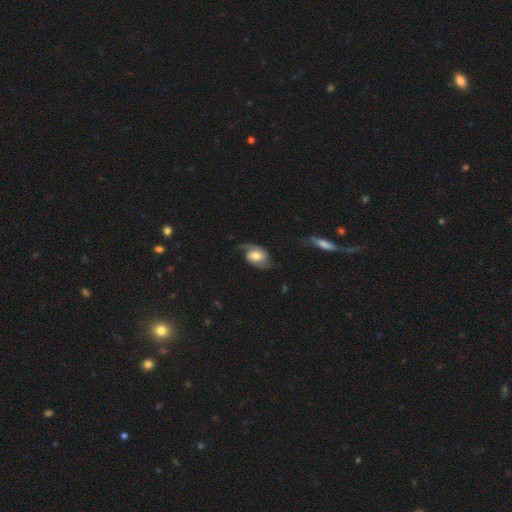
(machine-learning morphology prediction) Smooth or featured? Predicted: featured or disk (p=0.75). Edge-on disk? Predicted: no (p=0.97). Bar? Predicted: no (p=0.55). Spiral arms? Predicted: yes (p=0.93). Spiral winding? Predicted: loose (p=0.41). Spiral arm count? Predicted: 2 (p=0.81). Bulge size? Predicted: moderate (p=0.62). Merging? Predicted: none (p=0.62).